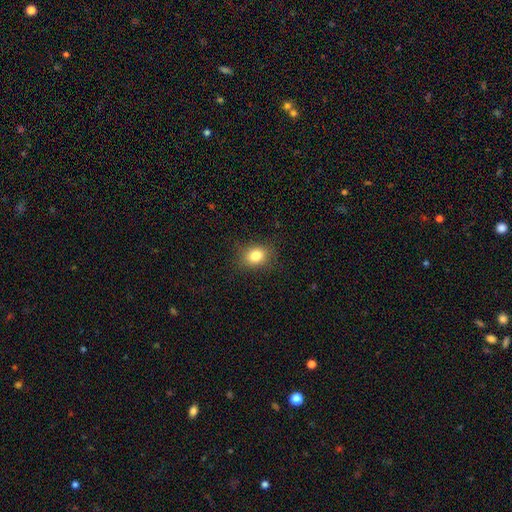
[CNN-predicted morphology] Smooth or featured: smooth — 82% (star or artifact — 11%)
How rounded: in between — 51% (round — 48%)
Merging: none — 84% (minor disturbance — 11%)